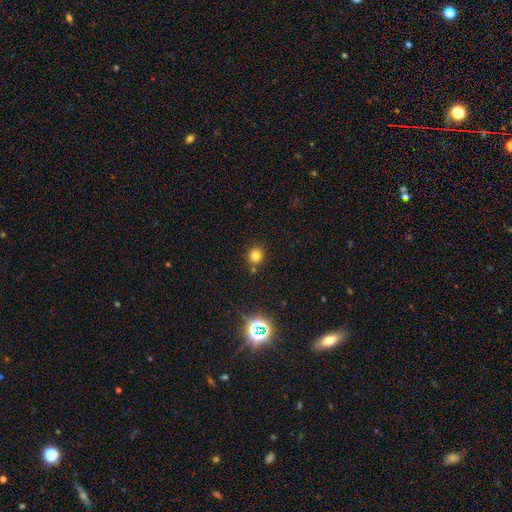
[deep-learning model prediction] A smooth galaxy with no disk features (77%) that is round (90%).

Vote fractions:
- Smooth or featured? smooth: 77% / star or artifact: 17% / featured or disk: 6%
- How rounded? round: 90% / in between: 9% / cigar-shaped: 1%
- Merging? none: 80% / minor disturbance: 9% / merger: 9% / major disturbance: 3%